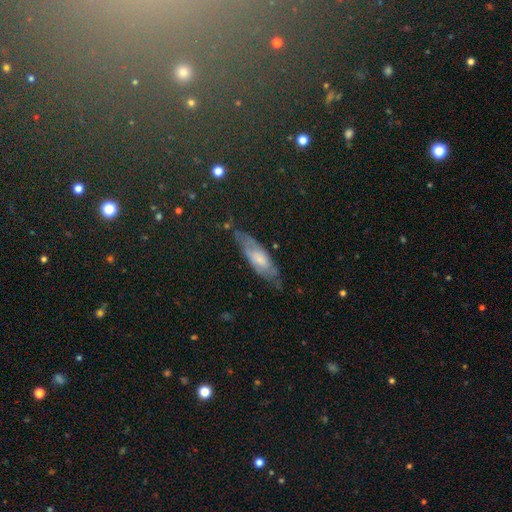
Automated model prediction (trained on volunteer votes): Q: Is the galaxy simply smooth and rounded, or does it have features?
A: featured or disk — 49%.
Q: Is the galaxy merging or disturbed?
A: none — 74%.